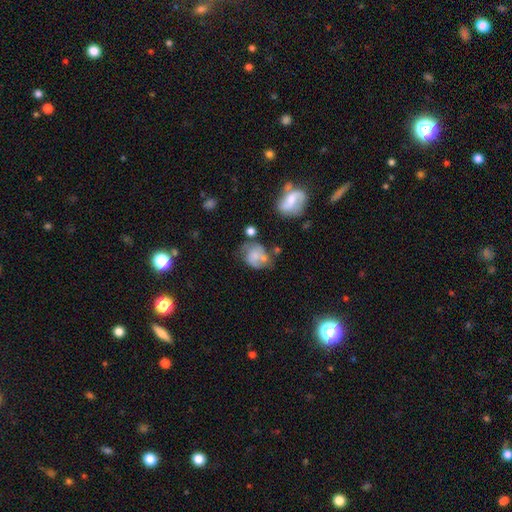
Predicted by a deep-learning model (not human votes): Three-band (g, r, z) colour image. It shows a smooth galaxy with no disk features (51%) that is round (51%). Merging: none (37%).